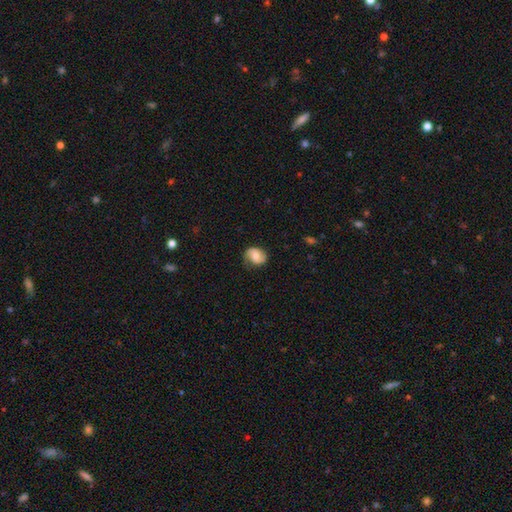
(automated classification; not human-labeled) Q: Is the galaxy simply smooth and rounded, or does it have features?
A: featured or disk — 66%.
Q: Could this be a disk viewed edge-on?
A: no — 98%.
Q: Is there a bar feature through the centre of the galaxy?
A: no — 49%.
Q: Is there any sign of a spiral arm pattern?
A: yes — 93%.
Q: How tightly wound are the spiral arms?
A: medium — 46%.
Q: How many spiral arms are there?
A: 2 — 86%.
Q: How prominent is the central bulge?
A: moderate — 59%.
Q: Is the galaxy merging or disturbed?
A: none — 76%.